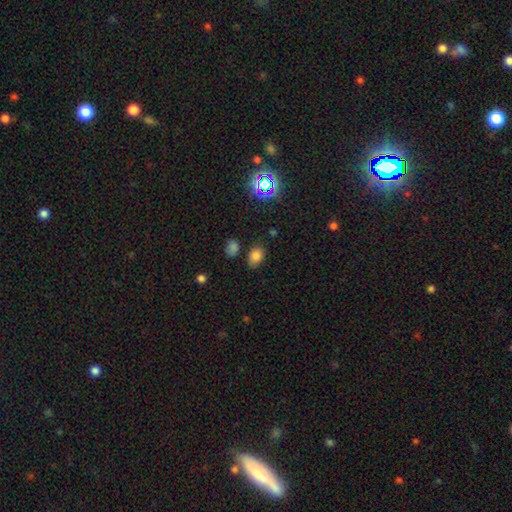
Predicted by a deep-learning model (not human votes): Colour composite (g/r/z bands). It shows a smooth galaxy with no disk features (78%) that is in between round and cigar-shaped (76%). Merging: none (75%).